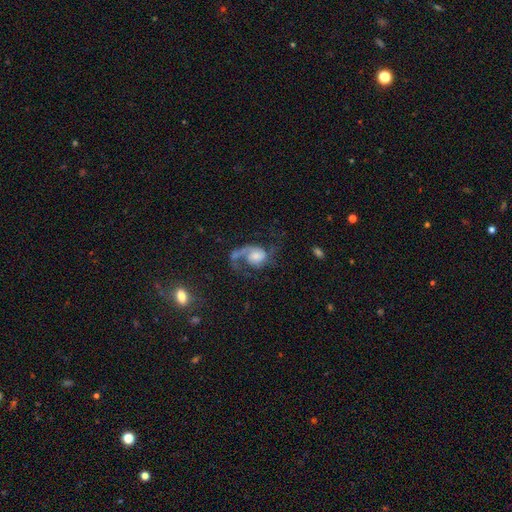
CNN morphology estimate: Q: Smooth or featured?
A: featured or disk (75%); runner-up: smooth (17%)
Q: Edge-on disk?
A: no (98%); runner-up: yes (2%)
Q: Bar?
A: no (68%); runner-up: weak (27%)
Q: Spiral arms?
A: yes (92%); runner-up: no (8%)
Q: Spiral winding?
A: loose (53%); runner-up: medium (36%)
Q: Spiral arm count?
A: 1 (46%); runner-up: 2 (45%)
Q: Bulge size?
A: moderate (29%); runner-up: large (26%)
Q: Merging?
A: major disturbance (40%); runner-up: none (37%)